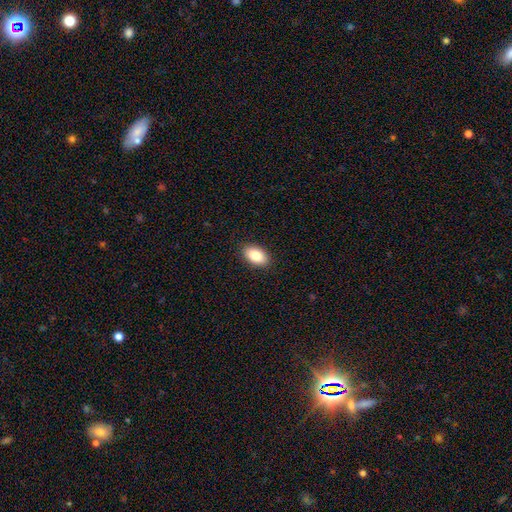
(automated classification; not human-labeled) smooth-or-featured: smooth: 85% | featured or disk: 7% | star or artifact: 7%
  how-rounded: in between: 93% | round: 5% | cigar-shaped: 2%
  merging: none: 89% | minor disturbance: 8% | major disturbance: 2% | merger: 1%